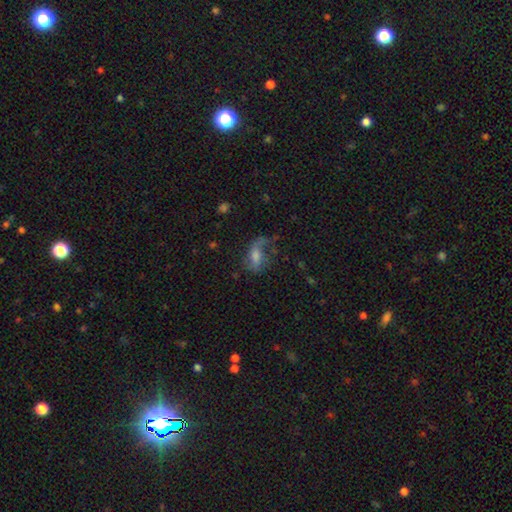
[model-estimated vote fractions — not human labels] Smooth or featured? Predicted: featured or disk (p=0.49). Merging? Predicted: none (p=0.43).